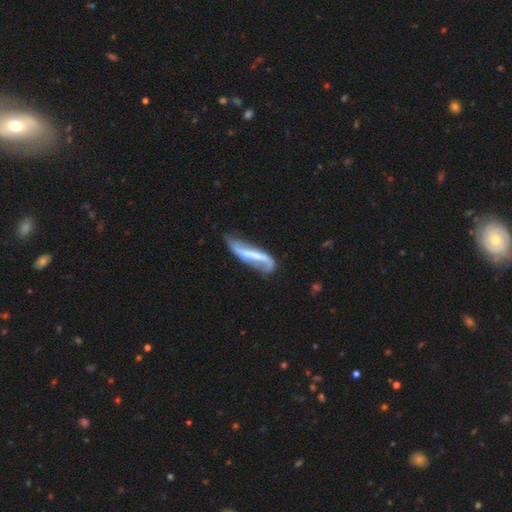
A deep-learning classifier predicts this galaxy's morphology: Smooth or featured? featured or disk (72%)
Edge-on disk? no (80%)
Bar? strong (49%)
Spiral arms? yes (81%)
Bulge size? small (50%)
Merging? none (45%)